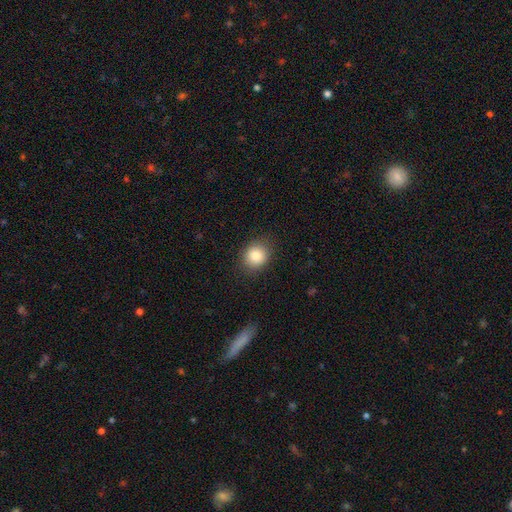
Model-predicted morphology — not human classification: This appears to be a smooth galaxy with no disk features (83%) that is round (73%). Merging: none (86%).